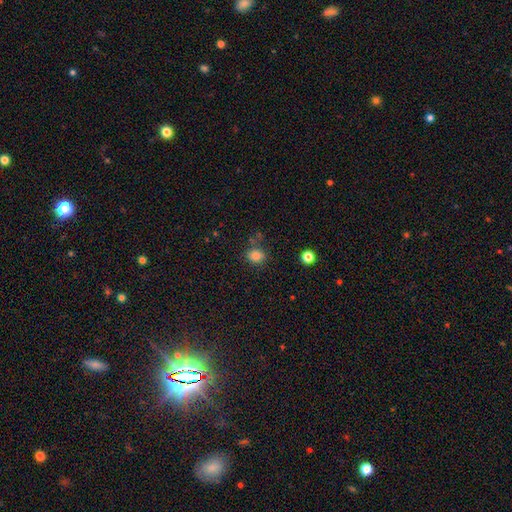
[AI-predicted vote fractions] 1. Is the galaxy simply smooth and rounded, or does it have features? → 82% smooth, 13% star or artifact, 5% featured or disk.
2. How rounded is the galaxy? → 60% round, 39% in between, 1% cigar-shaped.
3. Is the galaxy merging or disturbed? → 73% none, 16% minor disturbance, 6% merger, 5% major disturbance.